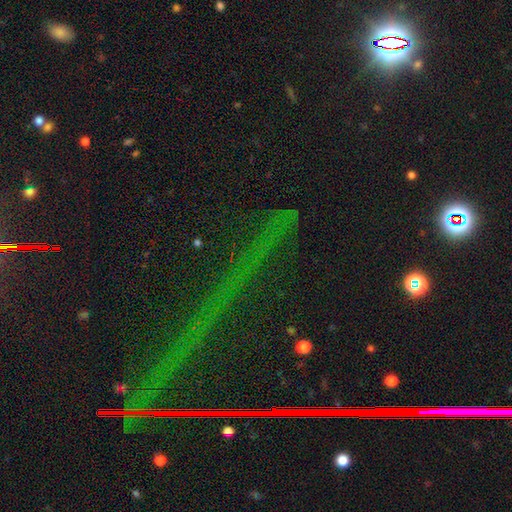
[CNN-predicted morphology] This is likely a star or artifact rather than a galaxy (76%).